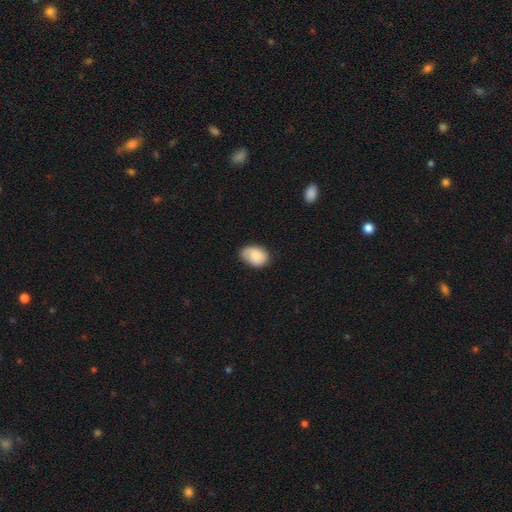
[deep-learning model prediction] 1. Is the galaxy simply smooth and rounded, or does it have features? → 79% smooth, 15% featured or disk, 7% star or artifact.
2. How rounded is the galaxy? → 80% in between, 19% round, 1% cigar-shaped.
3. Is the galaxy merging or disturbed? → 61% none, 31% minor disturbance, 6% major disturbance, 2% merger.